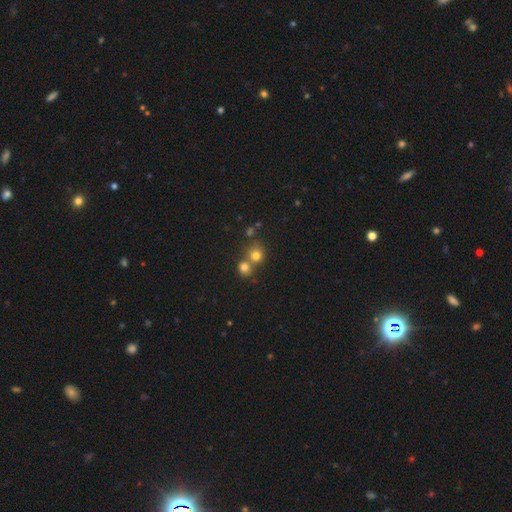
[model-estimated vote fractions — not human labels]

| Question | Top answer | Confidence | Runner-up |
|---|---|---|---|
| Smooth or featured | smooth | 74% | star or artifact (17%) |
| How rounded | round | 86% | in between (13%) |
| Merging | none | 48% | merger (43%) |